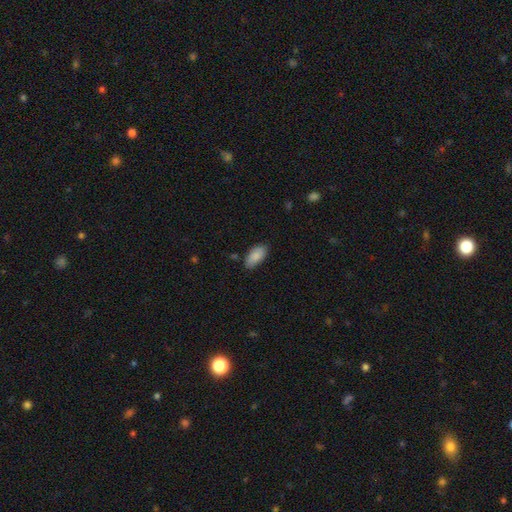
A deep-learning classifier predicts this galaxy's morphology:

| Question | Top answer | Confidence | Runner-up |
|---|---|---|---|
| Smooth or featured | smooth | 87% | featured or disk (7%) |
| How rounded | in between | 92% | cigar-shaped (6%) |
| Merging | none | 80% | minor disturbance (15%) |